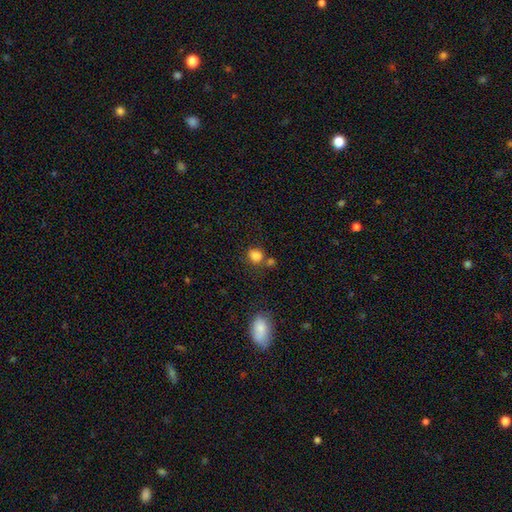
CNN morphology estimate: smooth_or_featured: smooth (p=0.82) [alt: star or artifact p=0.13]
how_rounded: round (p=0.62) [alt: in between p=0.37]
merging: none (p=0.57) [alt: merger p=0.22]